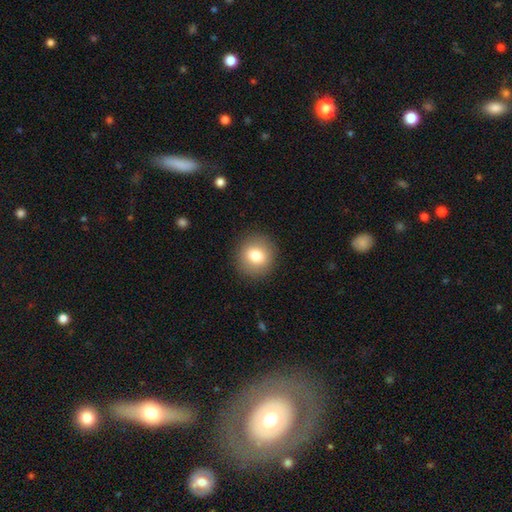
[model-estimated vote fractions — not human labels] smooth-or-featured: smooth: 79% | featured or disk: 12% | star or artifact: 9%
  how-rounded: round: 88% | in between: 11% | cigar-shaped: 1%
  merging: none: 90% | minor disturbance: 6% | major disturbance: 2% | merger: 1%